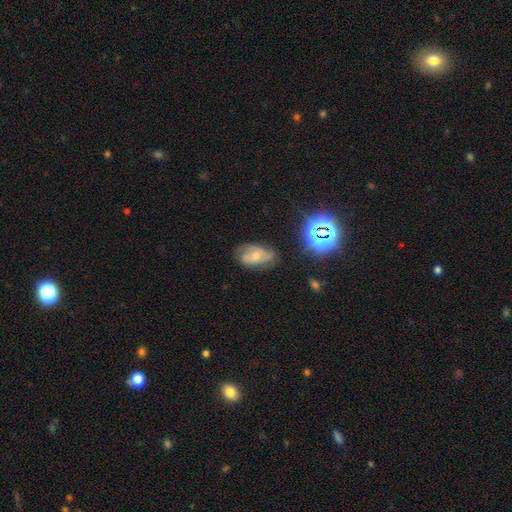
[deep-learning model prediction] This appears to be a smooth galaxy with no disk features (44%). Merging: none (59%).